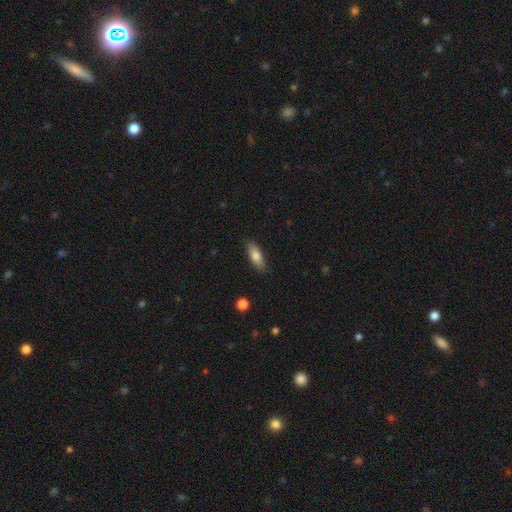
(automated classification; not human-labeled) Smooth or featured? Predicted: smooth (p=0.77). How rounded? Predicted: in between (p=0.64). Merging? Predicted: none (p=0.85).